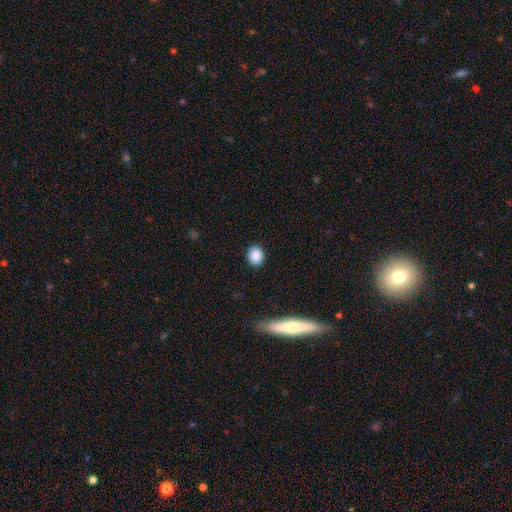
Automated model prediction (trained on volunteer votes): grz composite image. It shows a smooth galaxy with no disk features (88%) that is round (59%). Merging: none (90%).